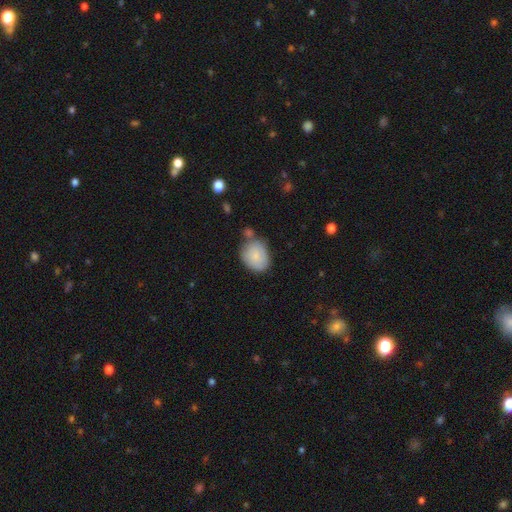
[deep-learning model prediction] smooth_or_featured: smooth (p=0.79) [alt: featured or disk p=0.14]
how_rounded: in between (p=0.55) [alt: round p=0.44]
merging: none (p=0.57) [alt: minor disturbance p=0.23]